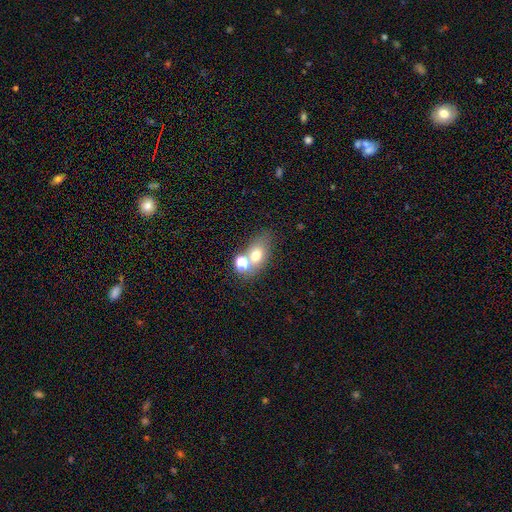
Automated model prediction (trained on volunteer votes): Smooth or featured? smooth (65%)
How rounded? in between (65%)
Merging? none (51%)